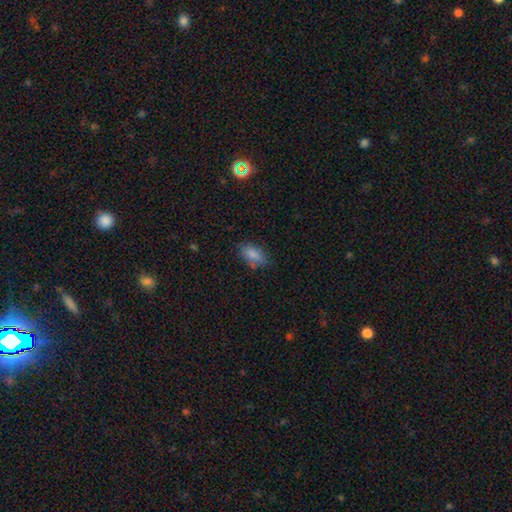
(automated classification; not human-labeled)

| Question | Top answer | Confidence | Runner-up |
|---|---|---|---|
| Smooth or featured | smooth | 63% | star or artifact (25%) |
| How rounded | in between | 86% | round (9%) |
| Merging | none | 78% | minor disturbance (16%) |